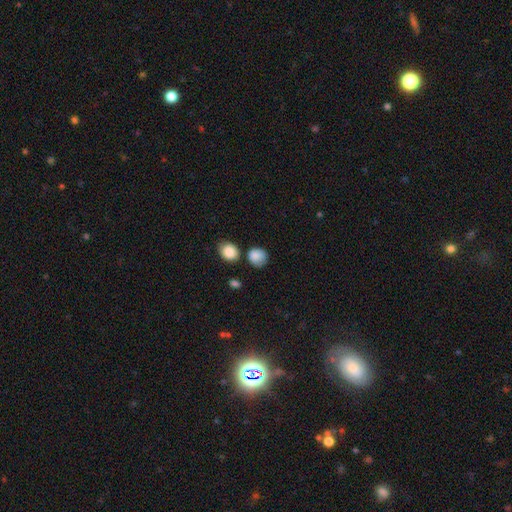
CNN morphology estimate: Smooth or featured: smooth — 86% (star or artifact — 8%)
How rounded: round — 74% (in between — 25%)
Merging: none — 63% (minor disturbance — 20%)